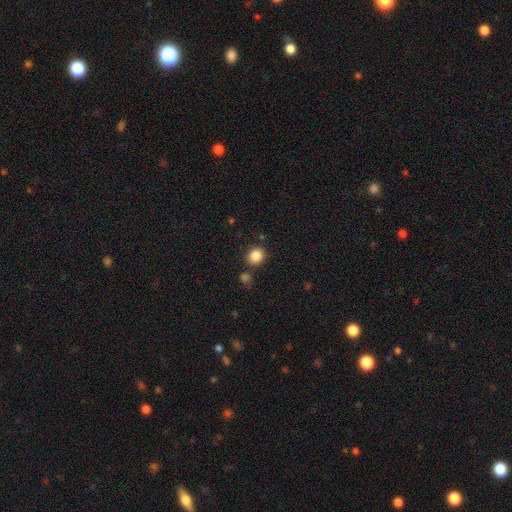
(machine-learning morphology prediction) Smooth or featured? Predicted: smooth (p=0.86). How rounded? Predicted: round (p=0.70). Merging? Predicted: none (p=0.79).